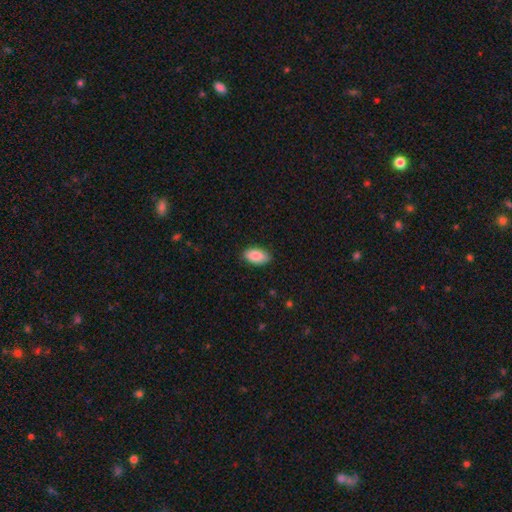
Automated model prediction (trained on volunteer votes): smooth_or_featured: smooth (p=0.89) [alt: star or artifact p=0.06]
how_rounded: in between (p=0.94) [alt: round p=0.04]
merging: none (p=0.86) [alt: minor disturbance p=0.11]